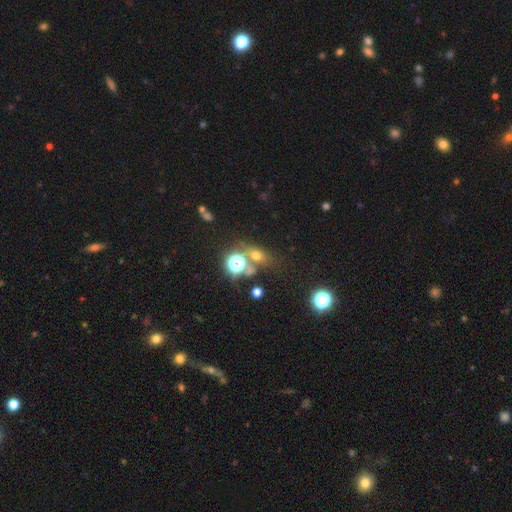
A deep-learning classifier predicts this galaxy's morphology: smooth 56%, star or artifact 31%, featured or disk 13%. Down the decision tree: how rounded — in between (51%); merging — none (60%).